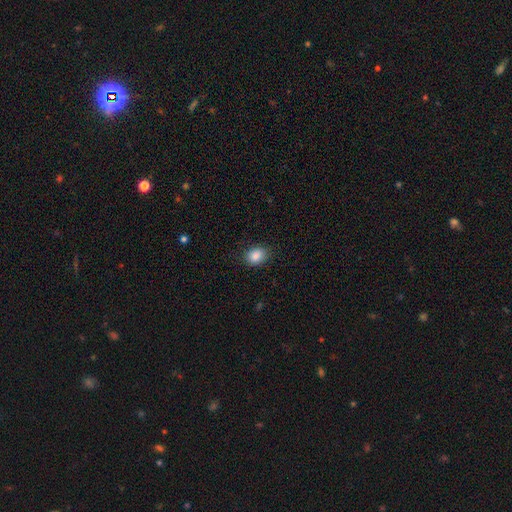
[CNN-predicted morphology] Smooth or featured? smooth (88%)
How rounded? in between (63%)
Merging? none (85%)